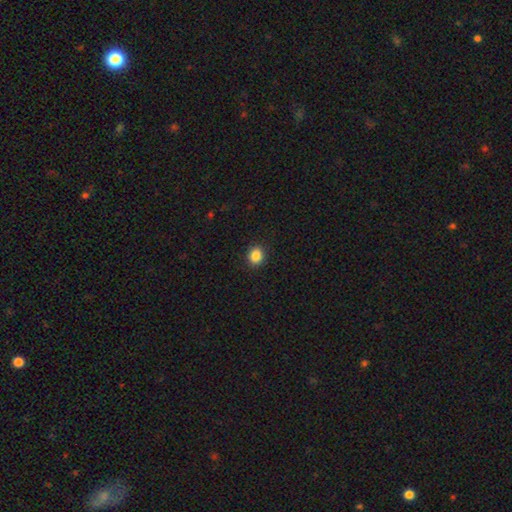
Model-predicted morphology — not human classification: A smooth galaxy with no disk features (86%) that is round (77%). Merging: none (91%).